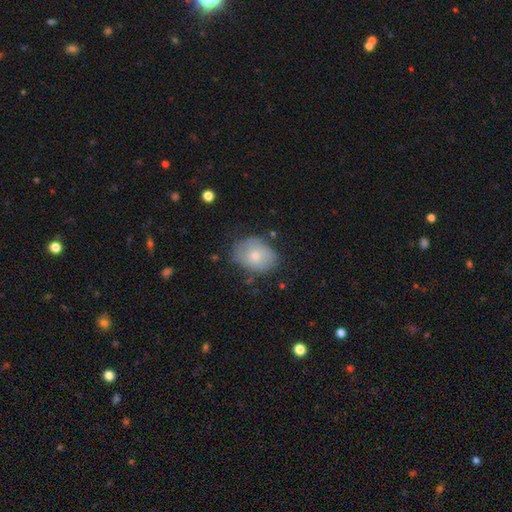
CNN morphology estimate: This appears to be a smooth galaxy with no disk features (63%) that is in between round and cigar-shaped (58%). Merging: none (65%).